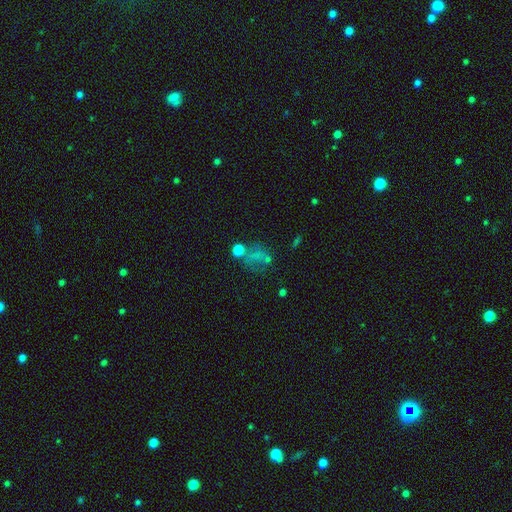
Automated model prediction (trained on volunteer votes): smooth_or_featured: smooth (p=0.53) [alt: star or artifact p=0.25]
how_rounded: round (p=0.58) [alt: in between p=0.40]
merging: none (p=0.39) [alt: major disturbance p=0.26]